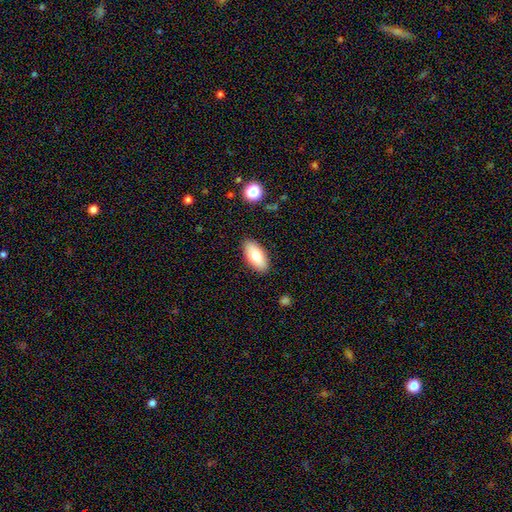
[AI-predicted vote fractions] A smooth galaxy with no disk features (76%) that is in between round and cigar-shaped (89%). Merging: none (88%).